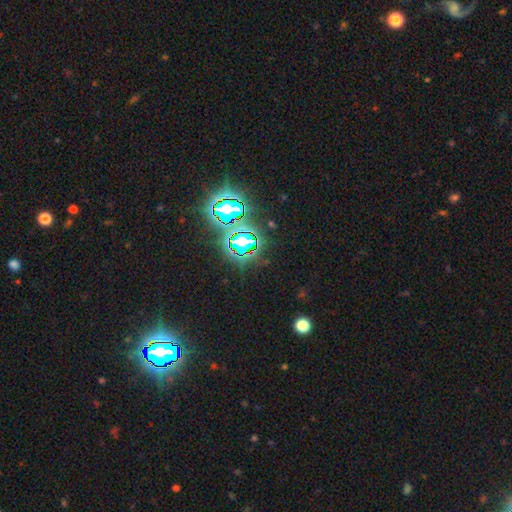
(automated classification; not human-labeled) Smooth or featured? star or artifact (80%)